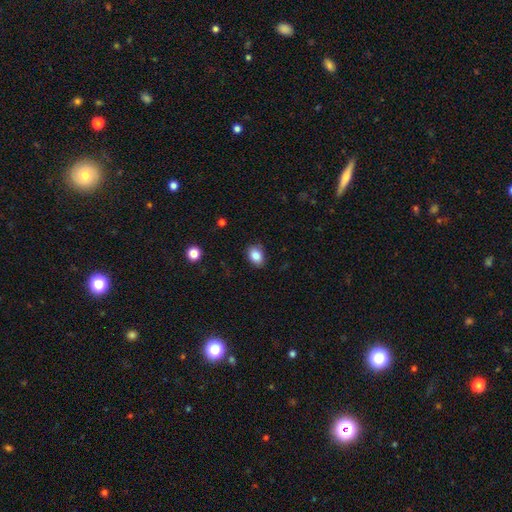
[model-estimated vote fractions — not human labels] Smooth or featured? Predicted: smooth (p=0.86). How rounded? Predicted: in between (p=0.76). Merging? Predicted: none (p=0.82).